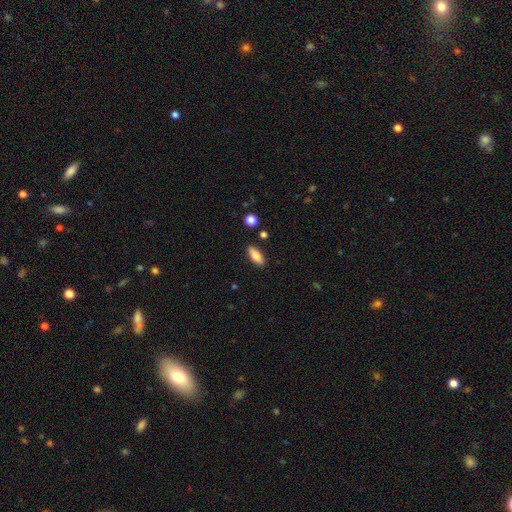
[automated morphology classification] The model was most divided on "how rounded": in between: 76%, cigar-shaped: 21%, round: 3%. More confident: merging — none (87%); smooth or featured — smooth (78%).